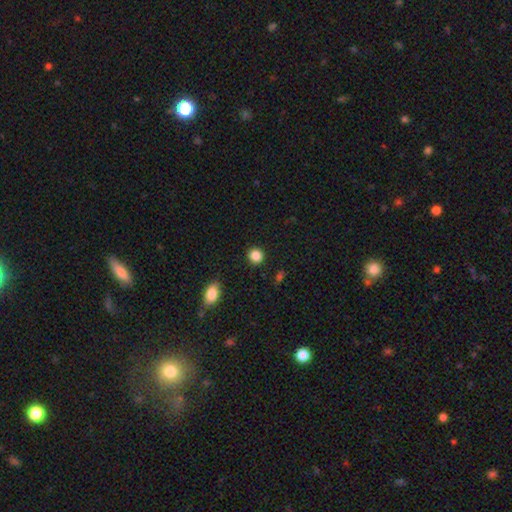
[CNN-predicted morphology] smooth 86%, star or artifact 10%, featured or disk 4%. Down the decision tree: how rounded — round (88%); merging — none (91%).